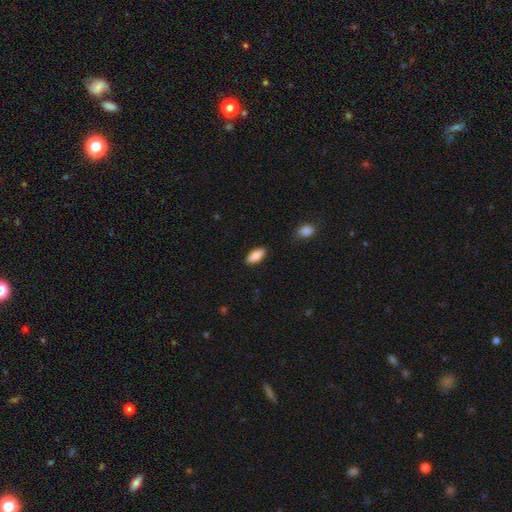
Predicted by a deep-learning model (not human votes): Smooth or featured? Predicted: smooth (p=0.86). How rounded? Predicted: in between (p=0.82). Merging? Predicted: none (p=0.86).